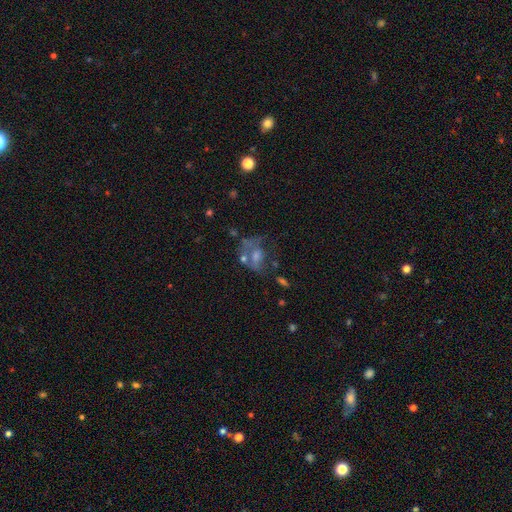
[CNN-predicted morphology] type=featured or disk (47%); merging=major disturbance (33%).